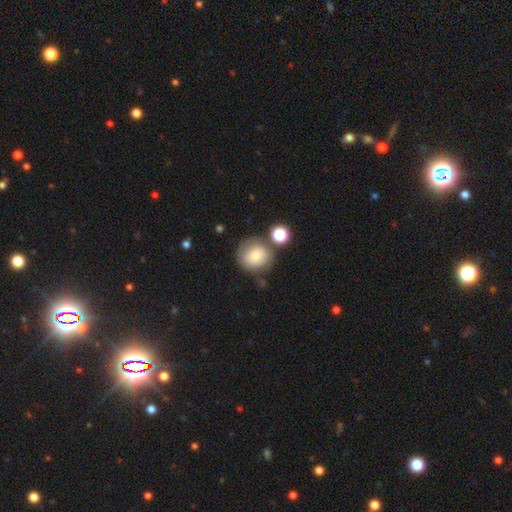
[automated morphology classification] Smooth or featured? Predicted: smooth (p=0.69). How rounded? Predicted: round (p=0.85). Merging? Predicted: none (p=0.60).